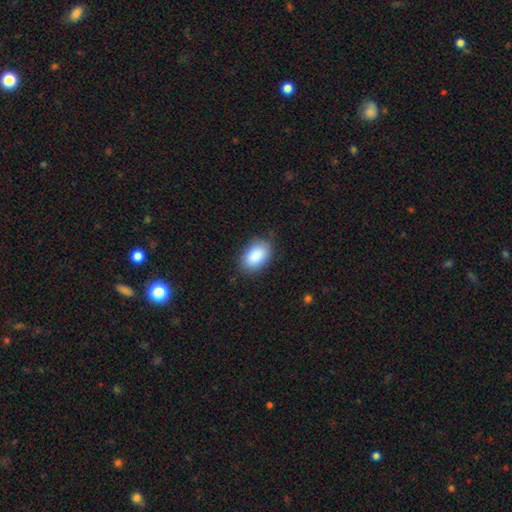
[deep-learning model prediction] The model was most divided on "merging": none: 82%, minor disturbance: 14%, major disturbance: 3%, merger: 1%. More confident: how rounded — in between (90%); smooth or featured — smooth (89%).